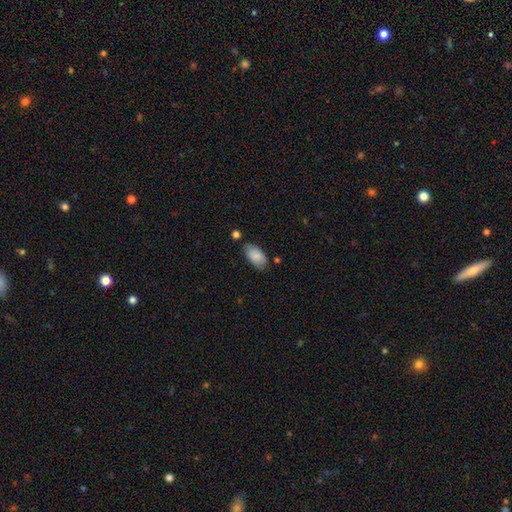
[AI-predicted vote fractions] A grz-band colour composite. It shows a smooth galaxy with no disk features (84%) that is in between round and cigar-shaped (95%). Merging: none (69%).